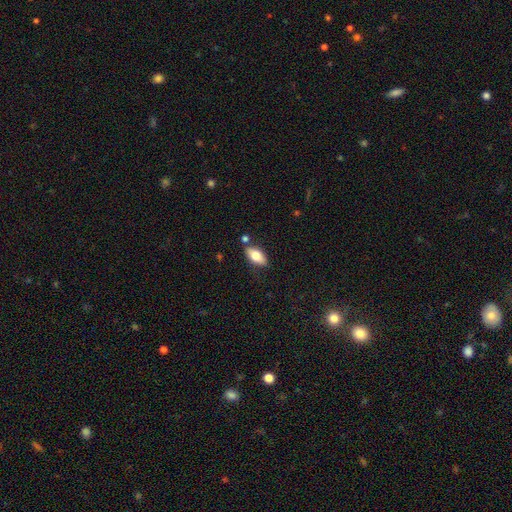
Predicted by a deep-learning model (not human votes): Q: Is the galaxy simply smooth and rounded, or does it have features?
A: smooth — 75%.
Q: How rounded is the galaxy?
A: in between — 89%.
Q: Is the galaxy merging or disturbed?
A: none — 78%.